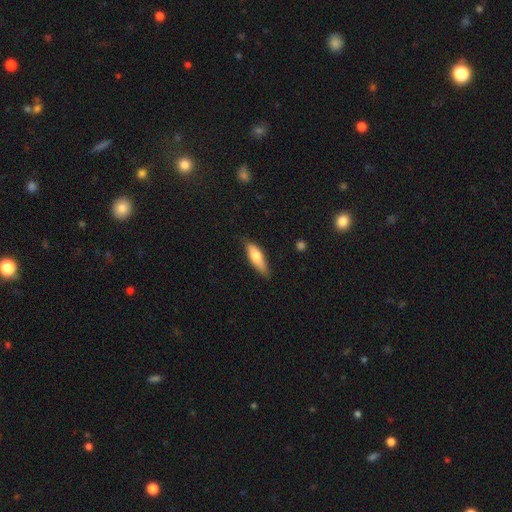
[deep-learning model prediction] This is likely a smooth galaxy (72%). How rounded: possibly cigar-shaped (50%). Merging: likely none (75%).